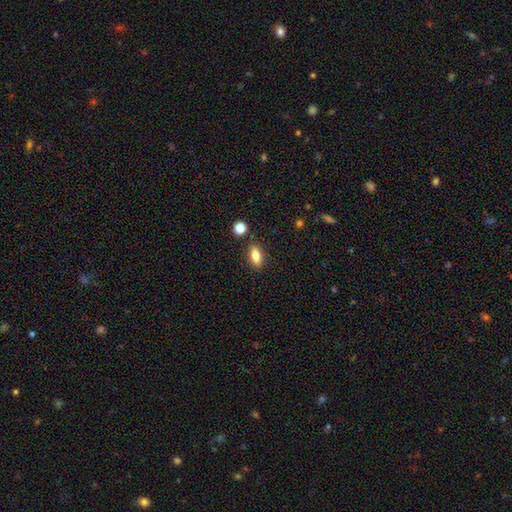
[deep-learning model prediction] Smooth or featured?
  - smooth: 79% *
  - featured or disk: 13%
  - star or artifact: 8%
How rounded?
  - in between: 81% *
  - cigar-shaped: 14%
  - round: 6%
Merging?
  - none: 86% *
  - minor disturbance: 9%
  - merger: 3%
  - major disturbance: 2%